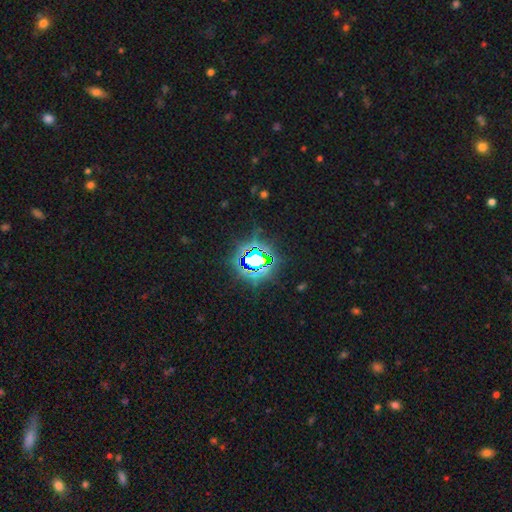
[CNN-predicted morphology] smooth-or-featured: star or artifact: 82% | smooth: 11% | featured or disk: 7%